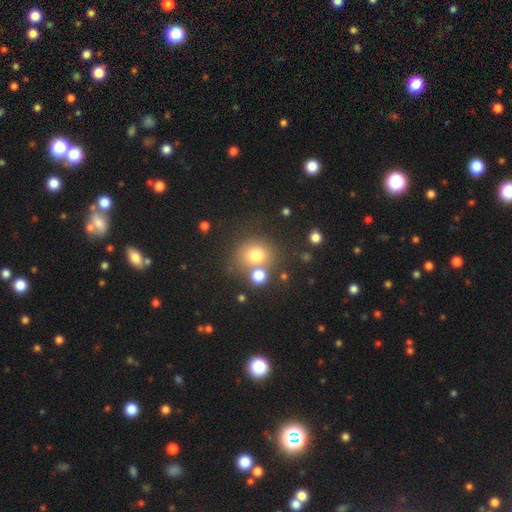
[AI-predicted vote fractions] Smooth or featured: smooth — 74% (star or artifact — 15%)
How rounded: round — 81% (in between — 18%)
Merging: none — 60% (merger — 24%)